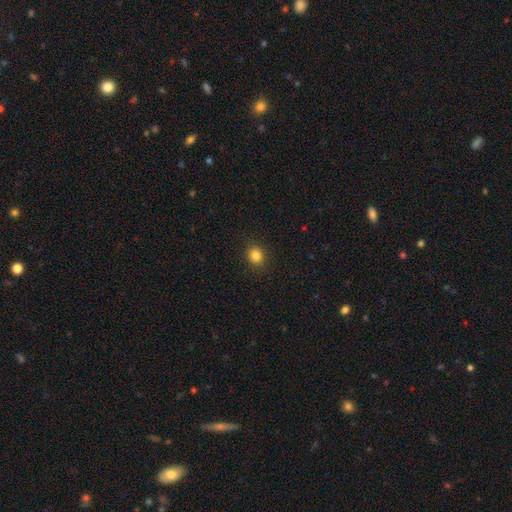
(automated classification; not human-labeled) smooth 83%, star or artifact 12%, featured or disk 5%. Down the decision tree: how rounded — round (77%); merging — none (90%).